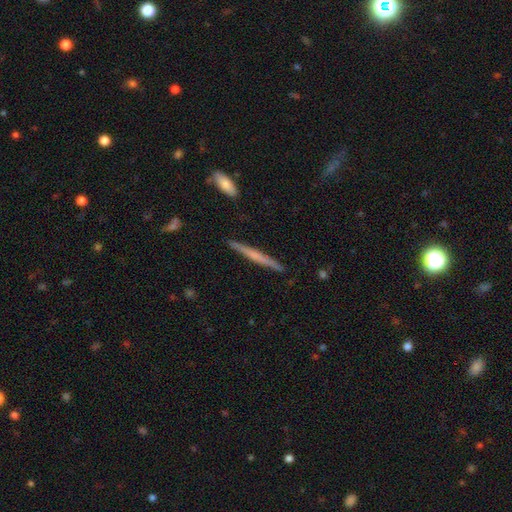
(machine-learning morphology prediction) smooth_or_featured: featured or disk (p=0.54) [alt: smooth p=0.41]
disk_edge_on: yes (p=0.97) [alt: no p=0.03]
edge_on_bulge: none (p=0.57) [alt: rounded p=0.34]
merging: none (p=0.91) [alt: minor disturbance p=0.07]